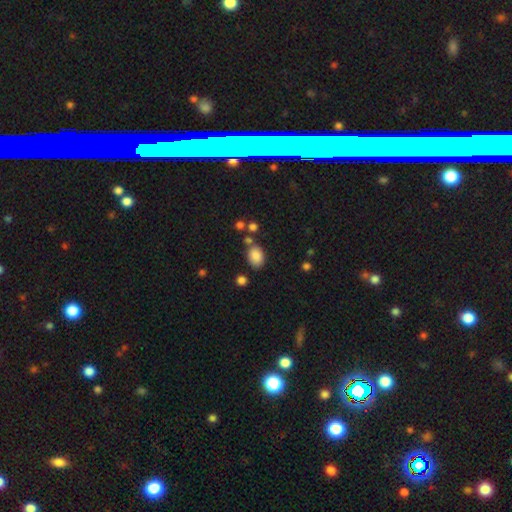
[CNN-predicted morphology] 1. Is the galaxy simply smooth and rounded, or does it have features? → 86% smooth, 9% star or artifact, 5% featured or disk.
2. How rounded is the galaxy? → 78% in between, 21% round, 1% cigar-shaped.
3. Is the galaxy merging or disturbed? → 72% none, 15% minor disturbance, 8% merger, 5% major disturbance.